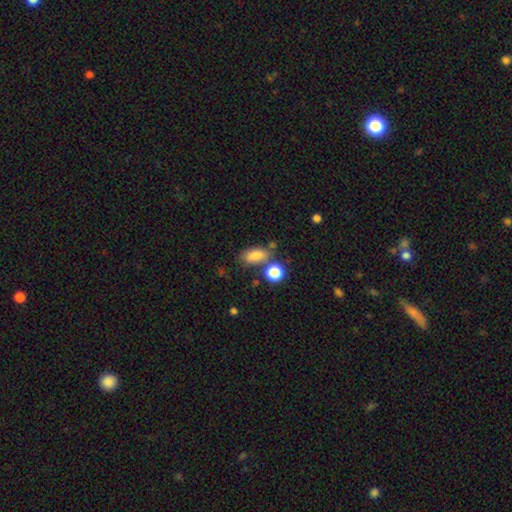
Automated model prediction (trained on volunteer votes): Smooth or featured: smooth — 82% (star or artifact — 10%)
How rounded: in between — 82% (round — 11%)
Merging: none — 60% (merger — 17%)